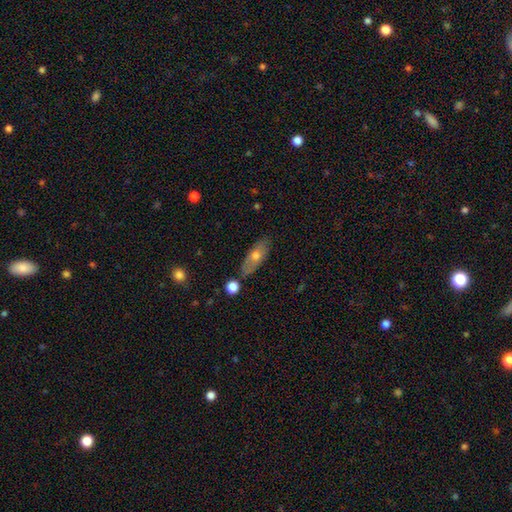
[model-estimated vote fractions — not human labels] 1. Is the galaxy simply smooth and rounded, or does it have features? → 58% smooth, 35% featured or disk, 7% star or artifact.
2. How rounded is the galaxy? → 71% in between, 24% cigar-shaped, 4% round.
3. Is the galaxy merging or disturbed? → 79% none, 14% minor disturbance, 4% merger, 3% major disturbance.